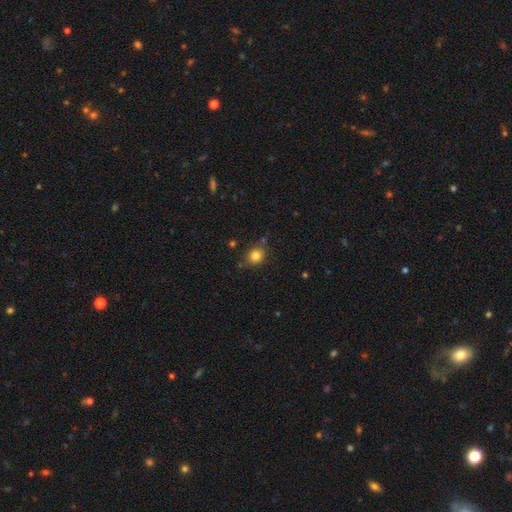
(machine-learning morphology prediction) Smooth or featured: smooth — 83% (star or artifact — 11%)
How rounded: round — 71% (in between — 28%)
Merging: none — 75% (minor disturbance — 16%)